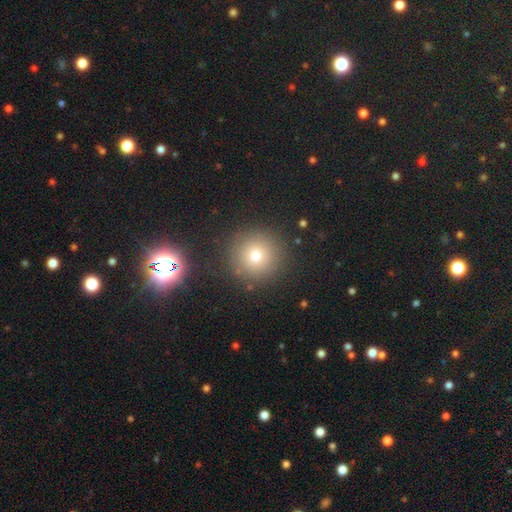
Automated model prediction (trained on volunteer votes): A smooth galaxy with no disk features (74%) that is round (95%). Merging: none (88%).